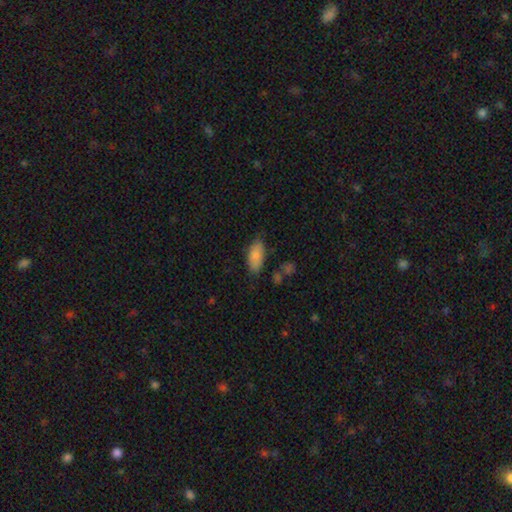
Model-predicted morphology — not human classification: Q: Smooth or featured?
A: smooth (83%); runner-up: featured or disk (10%)
Q: How rounded?
A: in between (89%); runner-up: cigar-shaped (8%)
Q: Merging?
A: none (73%); runner-up: minor disturbance (20%)